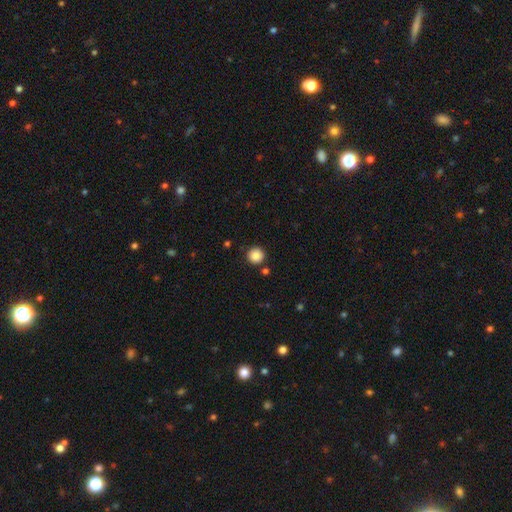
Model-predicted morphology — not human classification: smooth-or-featured: smooth: 86% | star or artifact: 10% | featured or disk: 4%
  how-rounded: round: 95% | in between: 4% | cigar-shaped: 1%
  merging: none: 88% | minor disturbance: 7% | merger: 4% | major disturbance: 2%